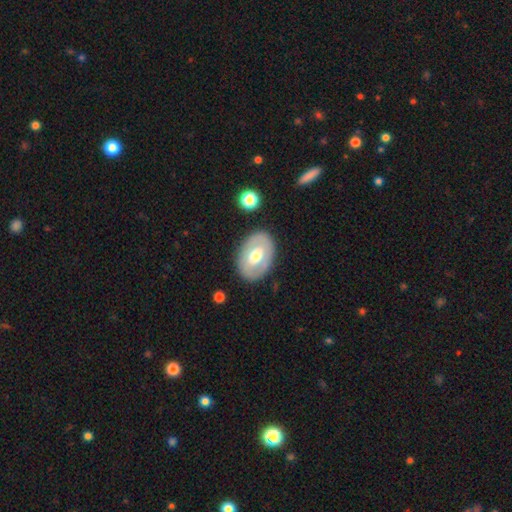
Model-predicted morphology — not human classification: A featured or disk galaxy (50%).

Vote fractions:
- Smooth or featured? featured or disk: 50% / smooth: 44% / star or artifact: 5%
- Edge-on disk? no: 91% / yes: 9%
- Merging? none: 84% / minor disturbance: 10% / major disturbance: 4% / merger: 2%